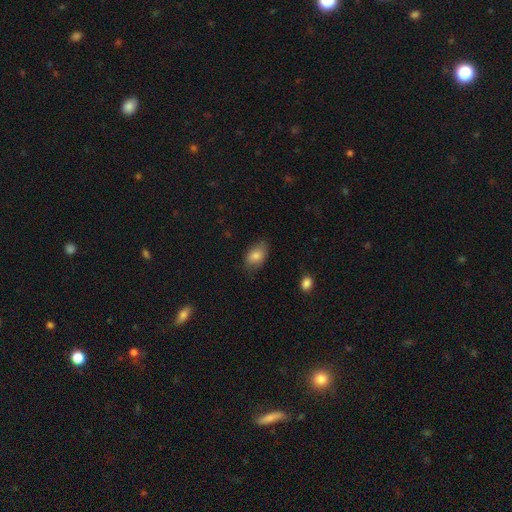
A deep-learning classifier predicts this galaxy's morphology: Q: Smooth or featured?
A: smooth (83%); runner-up: featured or disk (10%)
Q: How rounded?
A: in between (89%); runner-up: round (10%)
Q: Merging?
A: none (73%); runner-up: minor disturbance (21%)